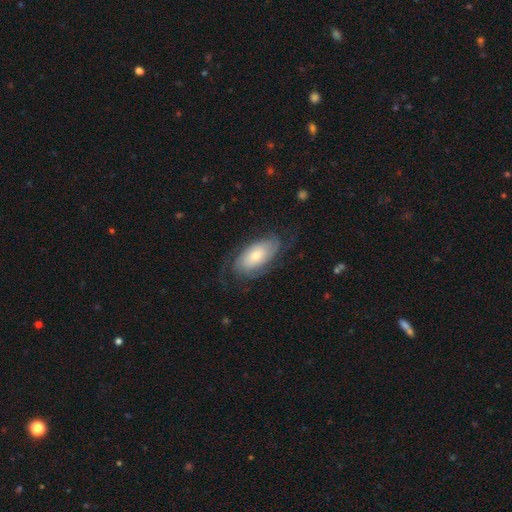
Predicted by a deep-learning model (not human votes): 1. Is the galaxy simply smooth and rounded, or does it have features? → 58% featured or disk, 35% smooth, 6% star or artifact.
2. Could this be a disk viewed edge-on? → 91% no, 9% yes.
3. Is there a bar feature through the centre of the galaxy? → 70% no, 24% weak, 6% strong.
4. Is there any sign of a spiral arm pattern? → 87% yes, 13% no.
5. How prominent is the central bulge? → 45% moderate, 38% small, 12% large, 3% none, 3% dominant.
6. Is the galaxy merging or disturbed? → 65% none, 20% minor disturbance, 14% major disturbance, 1% merger.